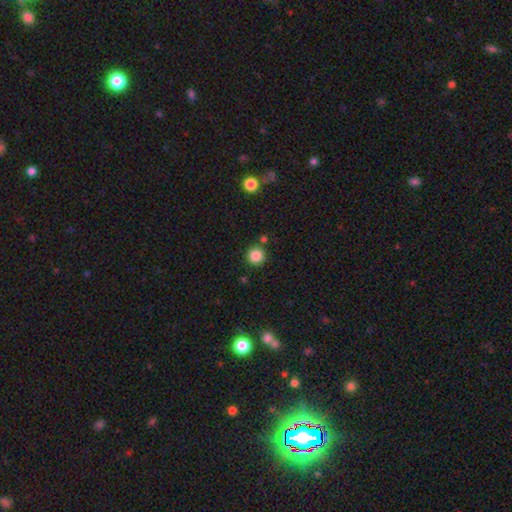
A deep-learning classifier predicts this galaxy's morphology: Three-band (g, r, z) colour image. It shows a smooth galaxy with no disk features (86%) that is round (95%). Merging: none (85%).